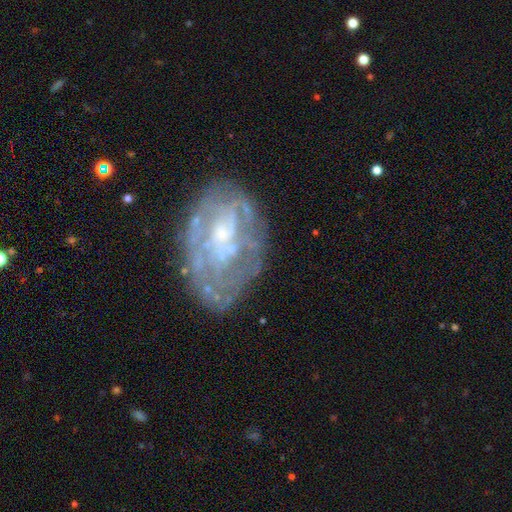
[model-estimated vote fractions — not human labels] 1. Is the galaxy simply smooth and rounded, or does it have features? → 71% featured or disk, 20% smooth, 9% star or artifact.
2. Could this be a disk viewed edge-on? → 96% no, 4% yes.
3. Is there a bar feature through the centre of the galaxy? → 74% no, 21% weak, 5% strong.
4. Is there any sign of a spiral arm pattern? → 58% no, 42% yes.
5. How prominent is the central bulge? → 48% small, 29% moderate, 18% none, 3% large, 1% dominant.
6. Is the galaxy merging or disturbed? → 59% none, 22% minor disturbance, 15% major disturbance, 4% merger.